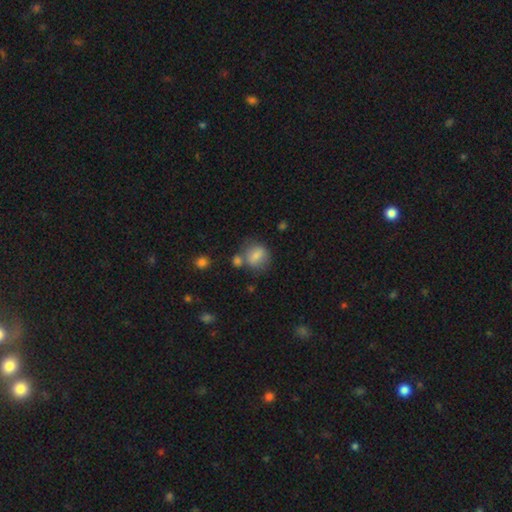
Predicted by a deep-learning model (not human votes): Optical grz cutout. It shows a smooth galaxy with no disk features (75%) that is round (60%). Merging: none (55%).